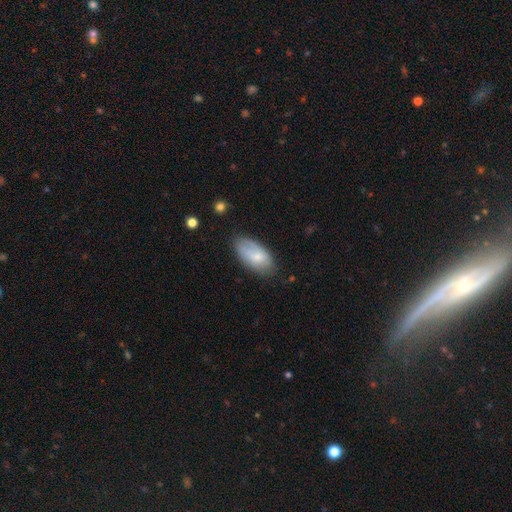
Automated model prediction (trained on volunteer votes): A smooth galaxy with no disk features (67%) that is in between round and cigar-shaped (94%).

Vote fractions:
- Smooth or featured? smooth: 67% / featured or disk: 26% / star or artifact: 6%
- How rounded? in between: 94% / round: 3% / cigar-shaped: 3%
- Merging? none: 68% / minor disturbance: 24% / major disturbance: 6% / merger: 2%